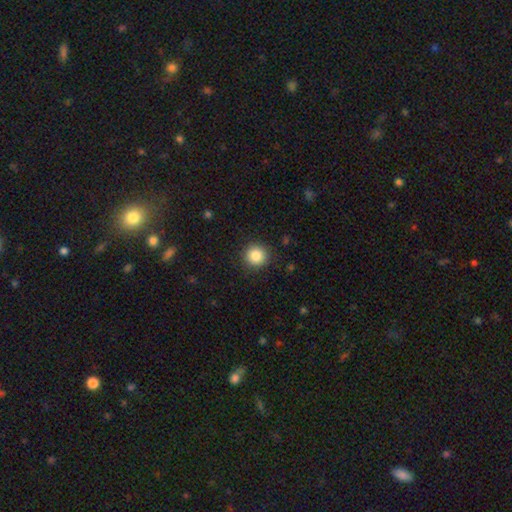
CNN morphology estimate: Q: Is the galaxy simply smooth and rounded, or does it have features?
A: smooth — 86%.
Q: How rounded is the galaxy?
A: round — 93%.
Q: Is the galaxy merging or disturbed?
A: none — 90%.